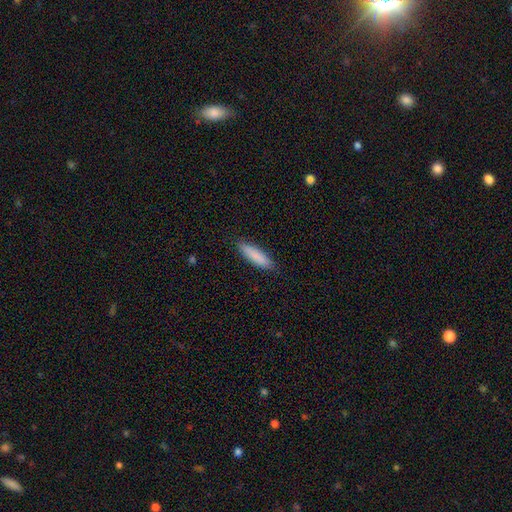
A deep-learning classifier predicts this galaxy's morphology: This appears to be a smooth galaxy with no disk features (86%) that is cigar-shaped (74%). Merging: none (88%).